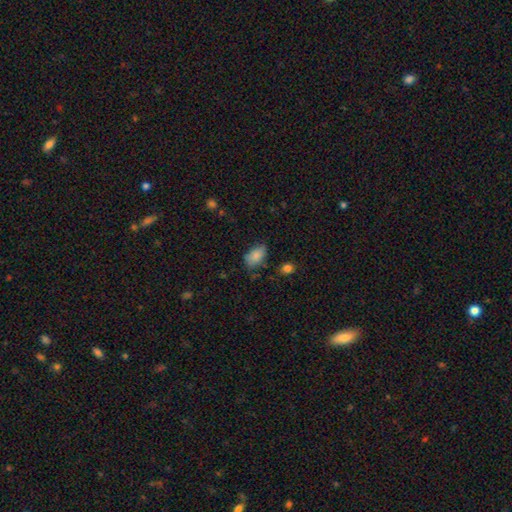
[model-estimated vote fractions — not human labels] The model was most divided on "merging": none: 64%, minor disturbance: 27%, major disturbance: 6%, merger: 3%. More confident: how rounded — in between (90%); smooth or featured — smooth (84%).